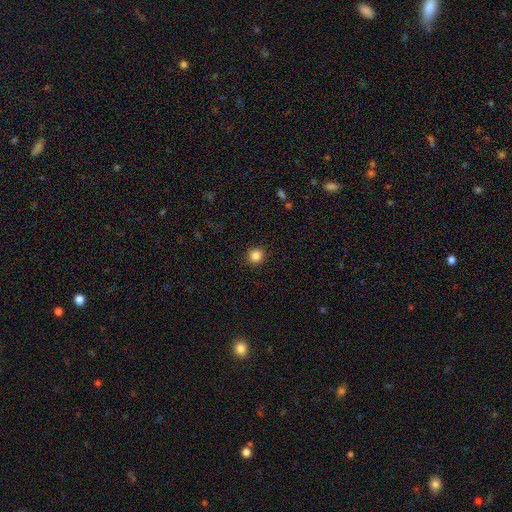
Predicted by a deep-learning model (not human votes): A smooth galaxy with no disk features (85%) that is round (94%). Merging: none (92%).